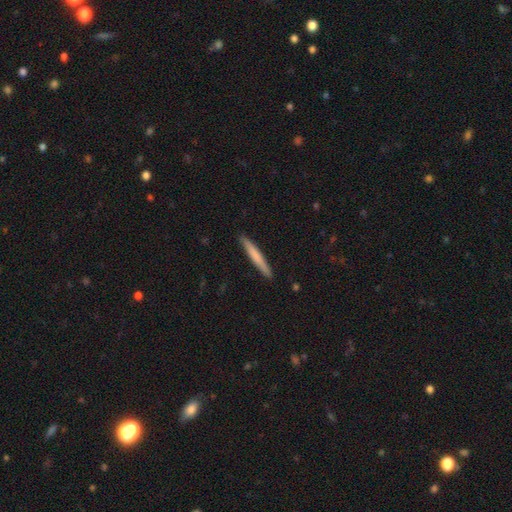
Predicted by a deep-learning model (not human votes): A smooth galaxy with no disk features (66%) that is cigar-shaped (96%).

Vote fractions:
- Smooth or featured? smooth: 66% / featured or disk: 29% / star or artifact: 5%
- How rounded? cigar-shaped: 96% / in between: 2% / round: 1%
- Merging? none: 91% / minor disturbance: 6% / major disturbance: 1% / merger: 1%